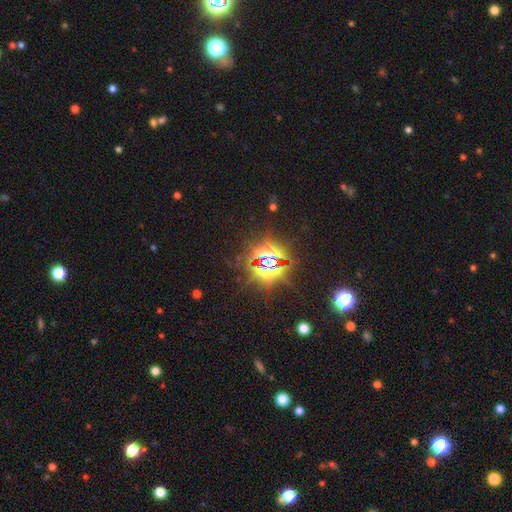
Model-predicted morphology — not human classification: smooth-or-featured: star or artifact: 81% | smooth: 13% | featured or disk: 6%